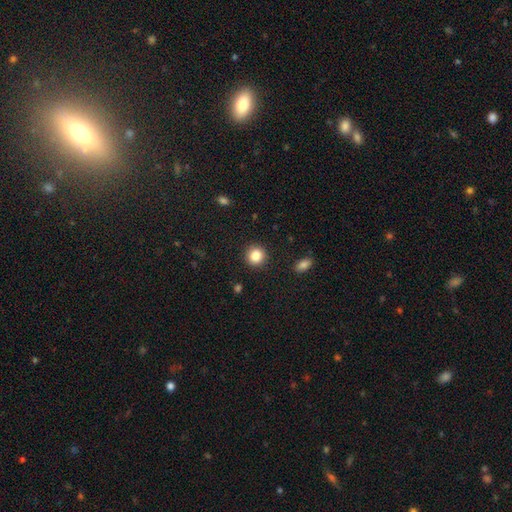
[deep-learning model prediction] A smooth galaxy with no disk features (84%) that is round (91%). Merging: none (91%).